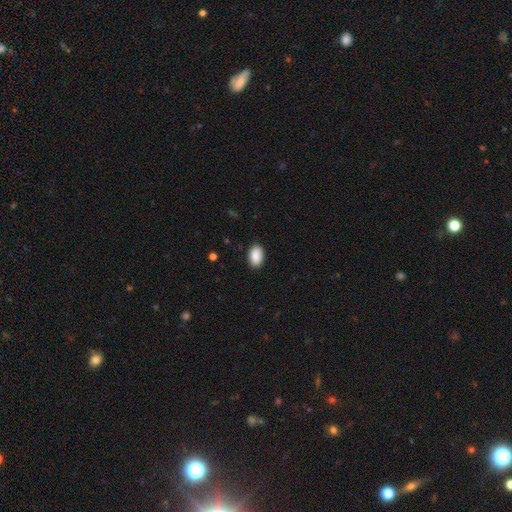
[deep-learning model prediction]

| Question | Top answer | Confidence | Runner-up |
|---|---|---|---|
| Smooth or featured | smooth | 90% | star or artifact (7%) |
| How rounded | in between | 93% | round (6%) |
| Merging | none | 89% | minor disturbance (8%) |